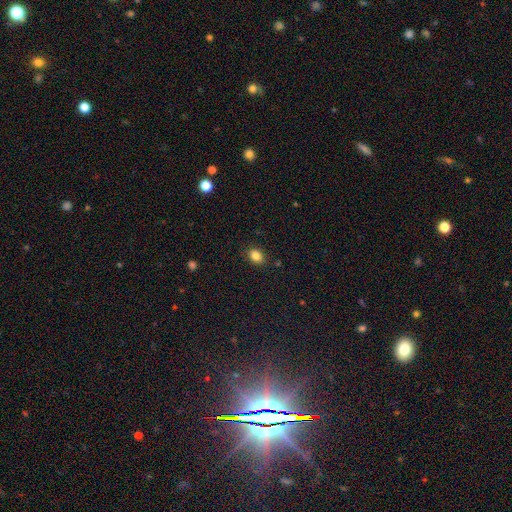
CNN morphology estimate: This is clearly a smooth galaxy (84%). How rounded: likely in between (67%). Merging: clearly none (87%).